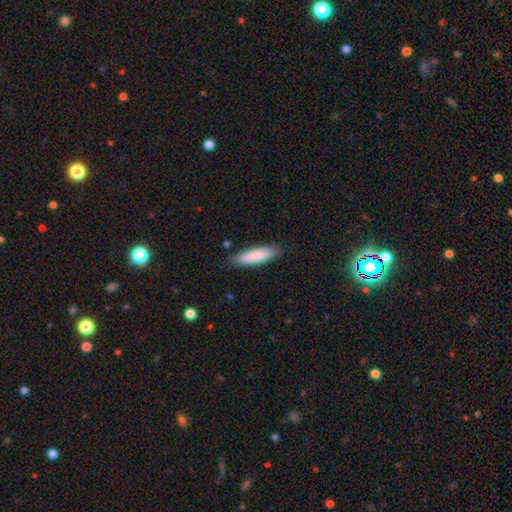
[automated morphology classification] The model was most divided on "how rounded": cigar-shaped: 59%, in between: 39%, round: 1%. More confident: smooth or featured — smooth (85%); merging — none (85%).